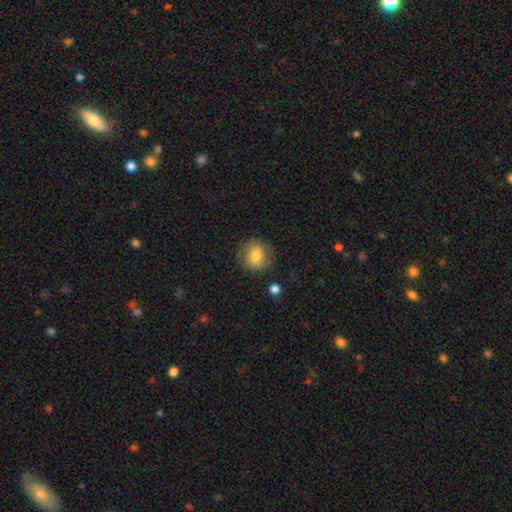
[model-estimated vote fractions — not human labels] Smooth or featured? smooth (77%)
How rounded? round (86%)
Merging? none (81%)